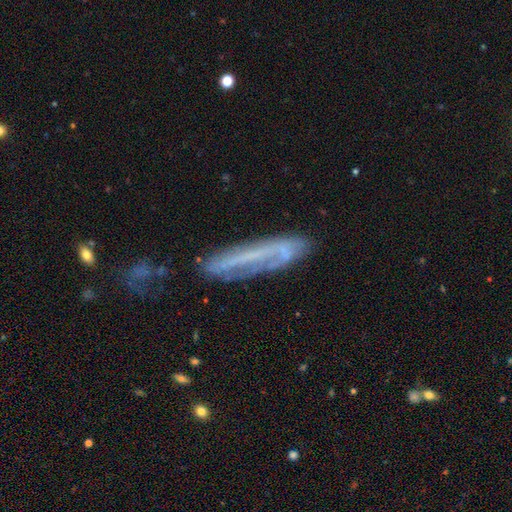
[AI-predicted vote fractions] Smooth or featured? featured or disk (59%)
Edge-on disk? no (51%)
Merging? none (65%)